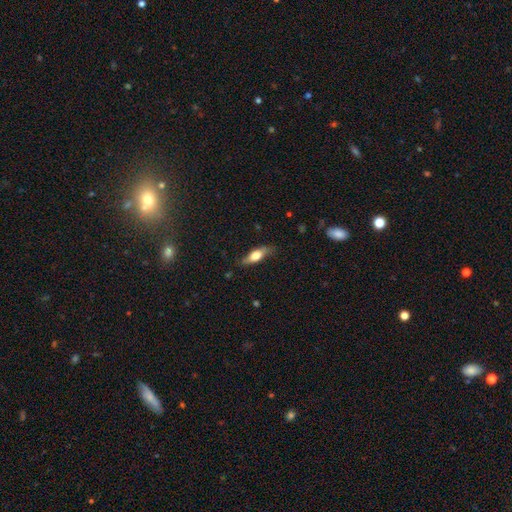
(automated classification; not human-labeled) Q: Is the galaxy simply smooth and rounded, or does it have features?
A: smooth — 60%.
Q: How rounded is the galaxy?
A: in between — 57%.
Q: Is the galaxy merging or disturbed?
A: none — 75%.